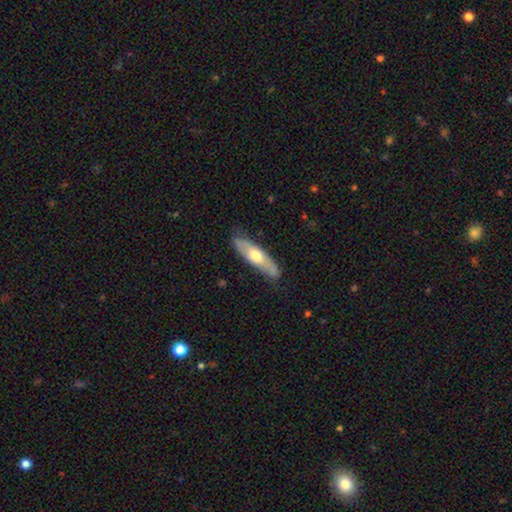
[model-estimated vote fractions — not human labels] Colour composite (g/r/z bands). It shows a smooth galaxy with no disk features (53%) that is cigar-shaped (66%). Merging: none (82%).